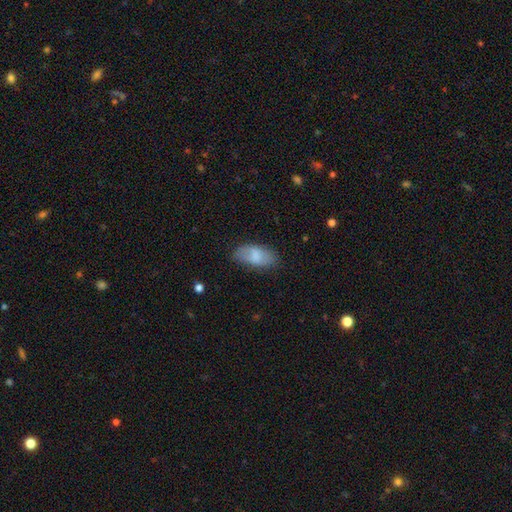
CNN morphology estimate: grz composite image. It shows a smooth galaxy with no disk features (76%) that is in between round and cigar-shaped (92%). Merging: none (71%).